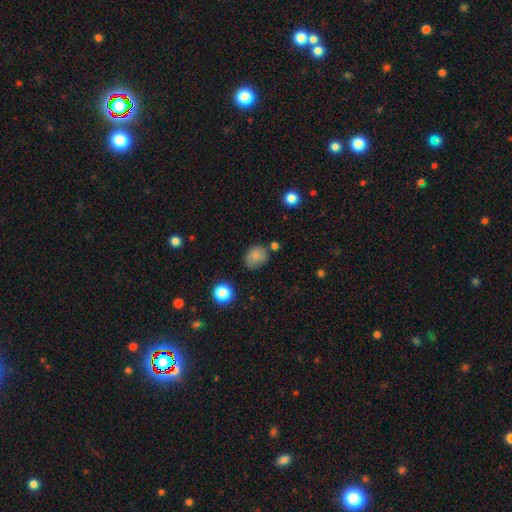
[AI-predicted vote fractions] smooth_or_featured: smooth (p=0.82) [alt: star or artifact p=0.12]
how_rounded: round (p=0.51) [alt: in between p=0.48]
merging: none (p=0.69) [alt: minor disturbance p=0.20]